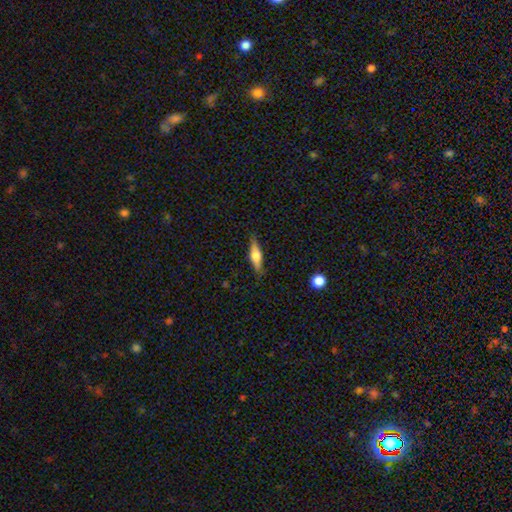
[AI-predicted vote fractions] Smooth or featured? Predicted: smooth (p=0.49). Merging? Predicted: none (p=0.85).